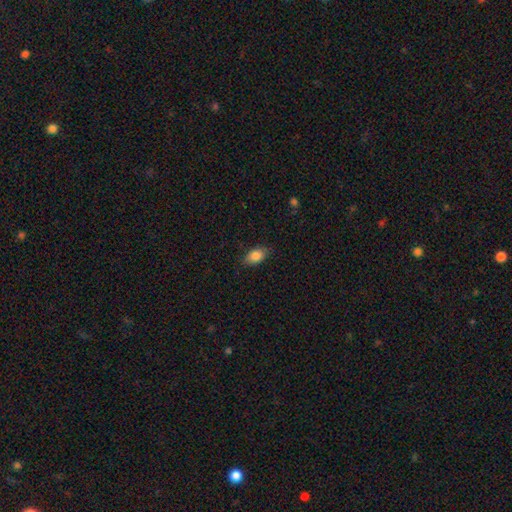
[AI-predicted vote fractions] Overall: smooth (85%). How rounded: in between (89%). Merging: none (84%).